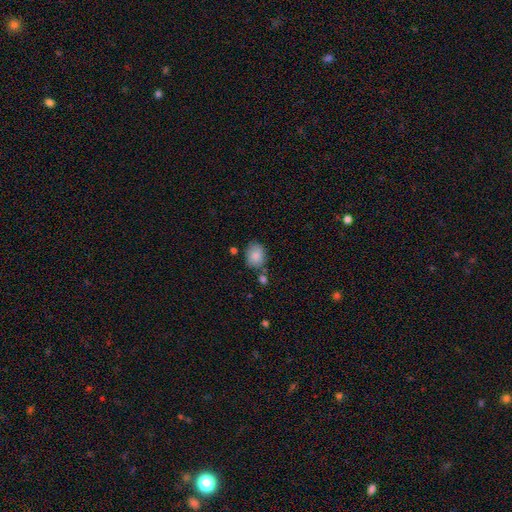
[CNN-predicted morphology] This is clearly a smooth galaxy (85%). How rounded: possibly in between (57%). Merging: likely none (69%).